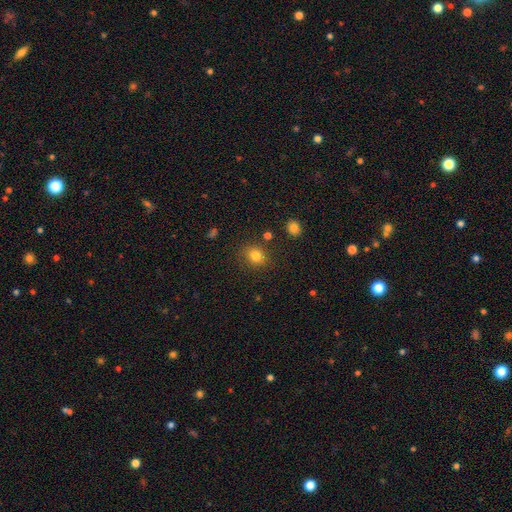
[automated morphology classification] A smooth galaxy with no disk features (81%) that is round (71%).

Vote fractions:
- Smooth or featured? smooth: 81% / star or artifact: 12% / featured or disk: 6%
- How rounded? round: 71% / in between: 29% / cigar-shaped: 1%
- Merging? none: 83% / minor disturbance: 10% / merger: 3% / major disturbance: 3%